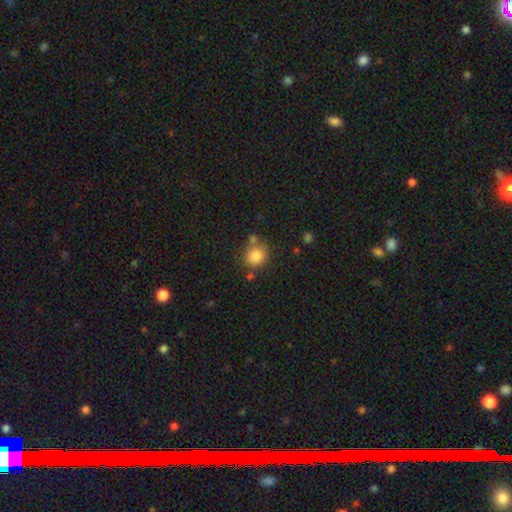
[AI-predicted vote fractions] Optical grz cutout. It shows a smooth galaxy with no disk features (84%) that is round (84%). Merging: none (70%).